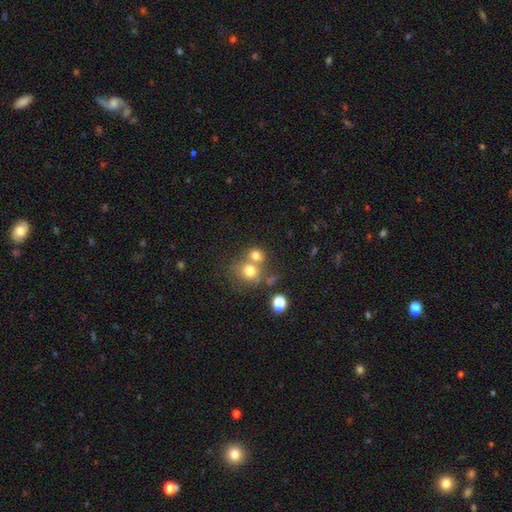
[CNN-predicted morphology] Smooth or featured: smooth — 73% (star or artifact — 14%)
How rounded: round — 77% (in between — 22%)
Merging: merger — 46% (none — 43%)